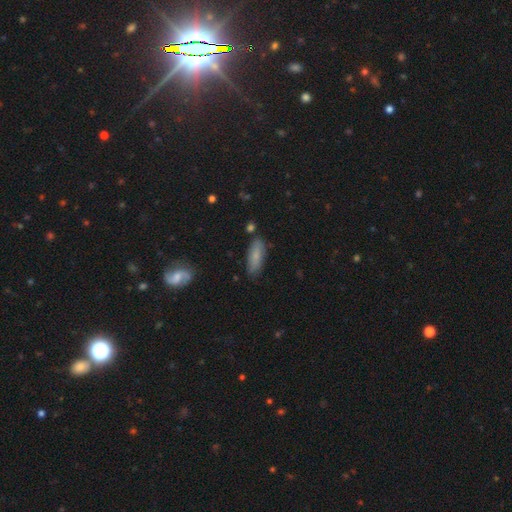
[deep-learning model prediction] Overall: smooth (75%). How rounded: in between (67%; cigar-shaped 31%). Merging: none (77%).